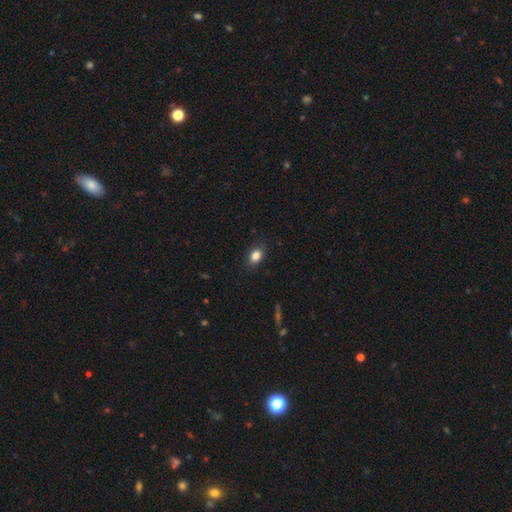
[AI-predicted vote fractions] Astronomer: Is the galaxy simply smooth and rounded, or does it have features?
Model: smooth — 85%.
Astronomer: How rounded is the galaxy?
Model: in between — 69%.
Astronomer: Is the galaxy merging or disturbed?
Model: none — 83%.